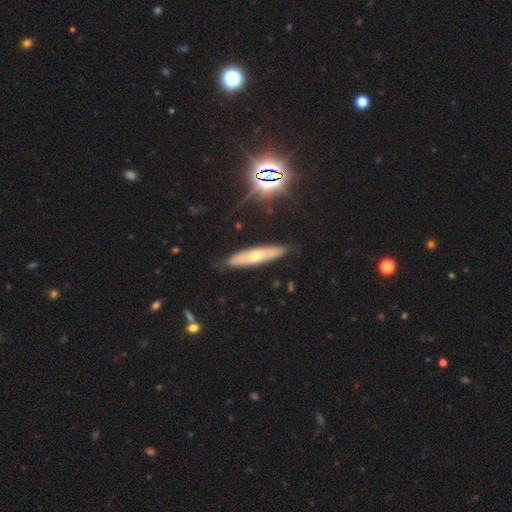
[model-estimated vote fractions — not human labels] smooth-or-featured: featured or disk: 49% | smooth: 39% | star or artifact: 11%
  merging: none: 82% | minor disturbance: 14% | major disturbance: 3% | merger: 1%